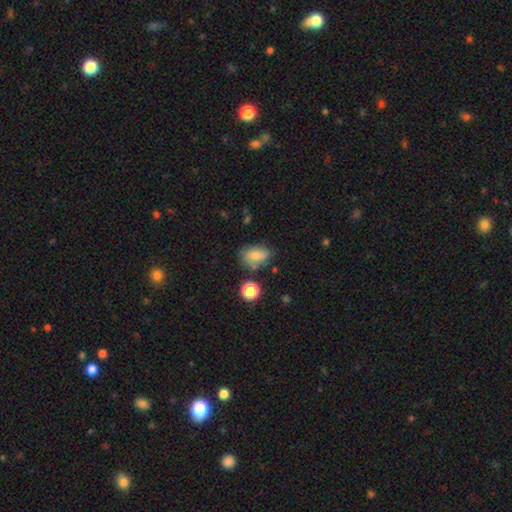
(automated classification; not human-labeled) A smooth galaxy with no disk features (75%) that is in between round and cigar-shaped (82%).

Vote fractions:
- Smooth or featured? smooth: 75% / featured or disk: 15% / star or artifact: 11%
- How rounded? in between: 82% / round: 16% / cigar-shaped: 2%
- Merging? none: 65% / minor disturbance: 23% / major disturbance: 6% / merger: 6%